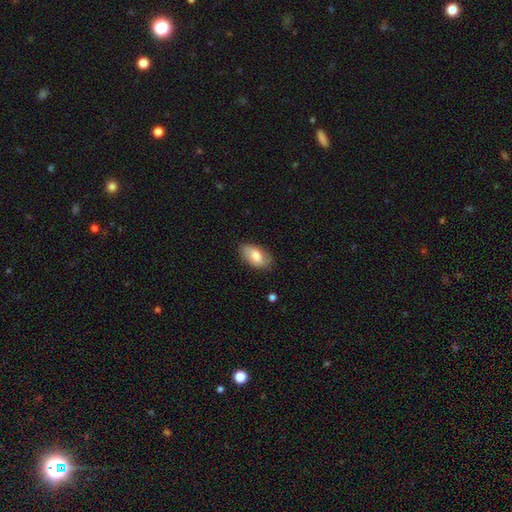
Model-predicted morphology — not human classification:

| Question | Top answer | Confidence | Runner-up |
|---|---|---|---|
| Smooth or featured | smooth | 76% | featured or disk (17%) |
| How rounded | in between | 93% | round (4%) |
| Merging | none | 79% | minor disturbance (17%) |